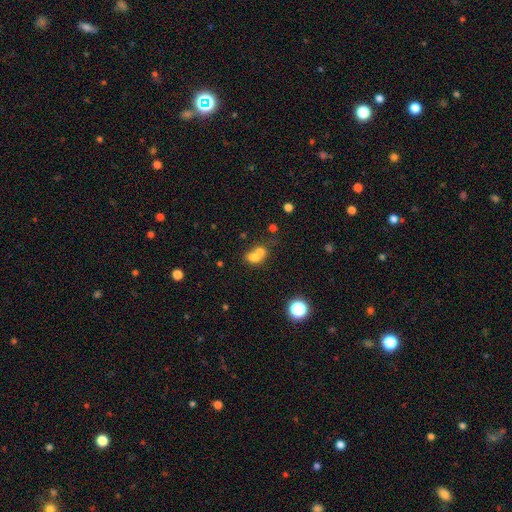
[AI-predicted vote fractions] Overall: smooth (69%). How rounded: round (60%; in between 39%). Merging: merger (66%).